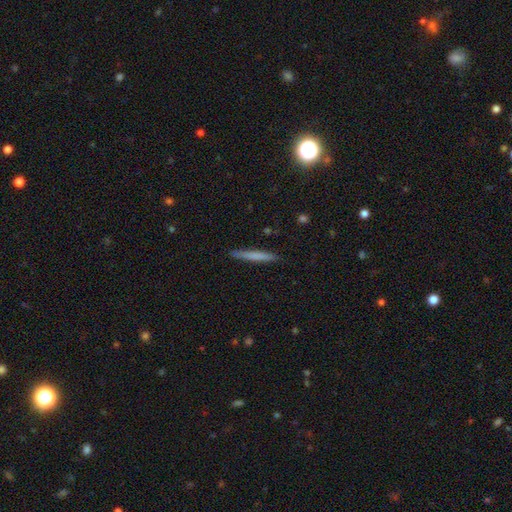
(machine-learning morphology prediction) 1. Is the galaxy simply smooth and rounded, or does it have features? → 68% smooth, 26% featured or disk, 6% star or artifact.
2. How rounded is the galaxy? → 96% cigar-shaped, 2% in between, 1% round.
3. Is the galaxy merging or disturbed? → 90% none, 8% minor disturbance, 1% major disturbance, 1% merger.